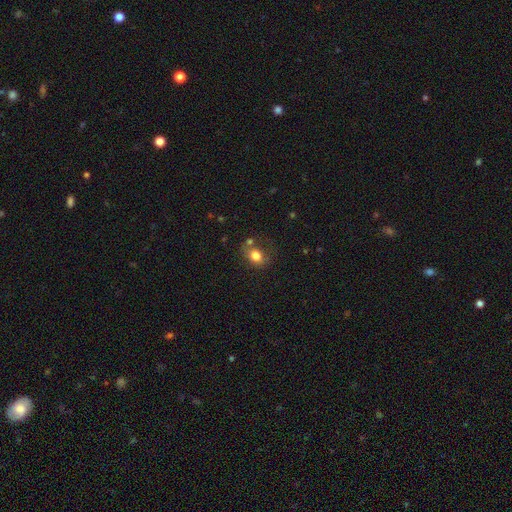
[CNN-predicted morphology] smooth-or-featured: smooth: 80% | featured or disk: 10% | star or artifact: 10%
  how-rounded: in between: 56% | round: 43% | cigar-shaped: 1%
  merging: none: 56% | minor disturbance: 21% | merger: 13% | major disturbance: 9%